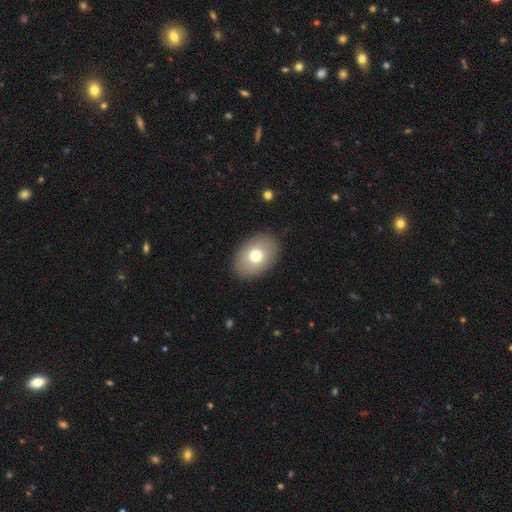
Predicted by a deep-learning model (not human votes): smooth_or_featured: smooth (p=0.73) [alt: featured or disk p=0.20]
how_rounded: in between (p=0.82) [alt: round p=0.17]
merging: none (p=0.89) [alt: minor disturbance p=0.08]